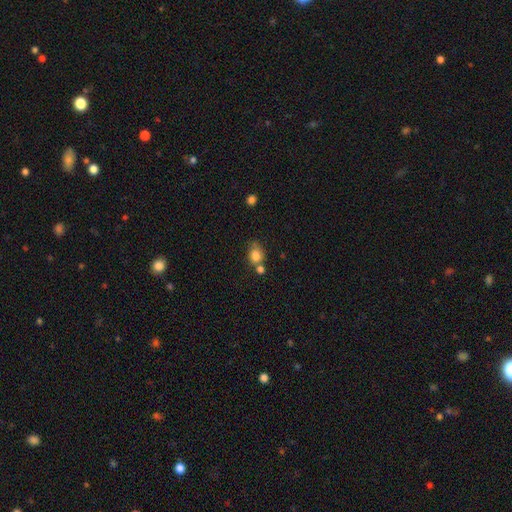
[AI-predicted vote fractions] smooth 82%, star or artifact 11%, featured or disk 8%. Down the decision tree: how rounded — round (60%); merging — none (49%).